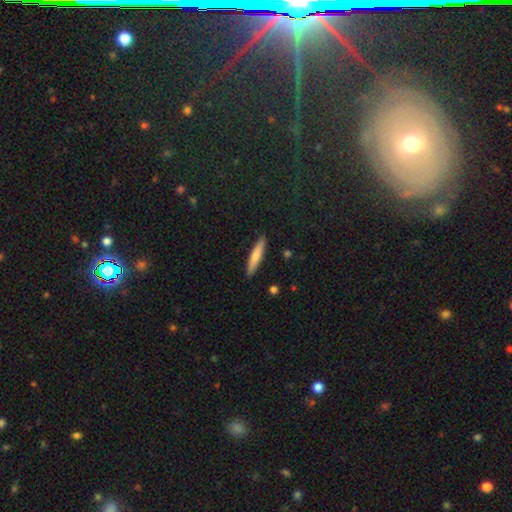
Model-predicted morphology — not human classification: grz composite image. It shows a smooth galaxy with no disk features (72%) that is cigar-shaped (90%). Merging: none (90%).